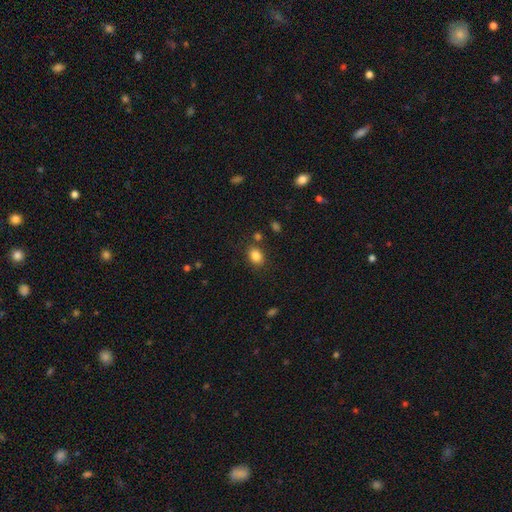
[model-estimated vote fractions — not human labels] Q: Smooth or featured?
A: smooth (85%); runner-up: star or artifact (10%)
Q: How rounded?
A: in between (60%); runner-up: round (39%)
Q: Merging?
A: none (81%); runner-up: minor disturbance (11%)